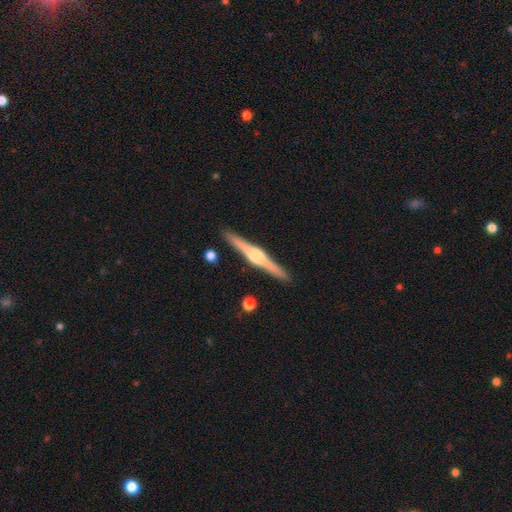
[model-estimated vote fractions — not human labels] Q: Smooth or featured?
A: featured or disk (83%); runner-up: smooth (12%)
Q: Edge-on disk?
A: yes (98%); runner-up: no (2%)
Q: Edge-on bulge?
A: rounded (85%); runner-up: boxy (12%)
Q: Merging?
A: none (91%); runner-up: minor disturbance (6%)